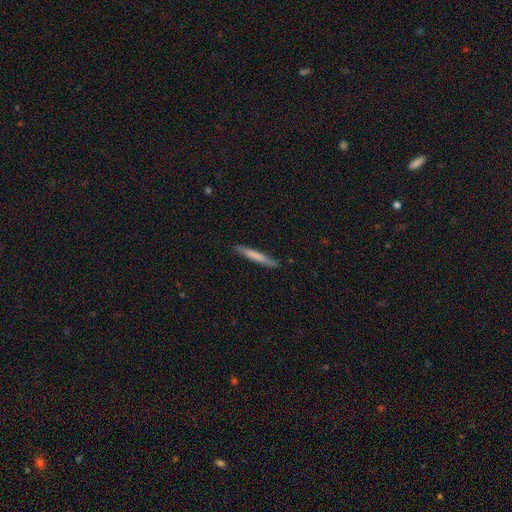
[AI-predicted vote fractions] Smooth or featured? smooth (70%)
How rounded? cigar-shaped (96%)
Merging? none (88%)